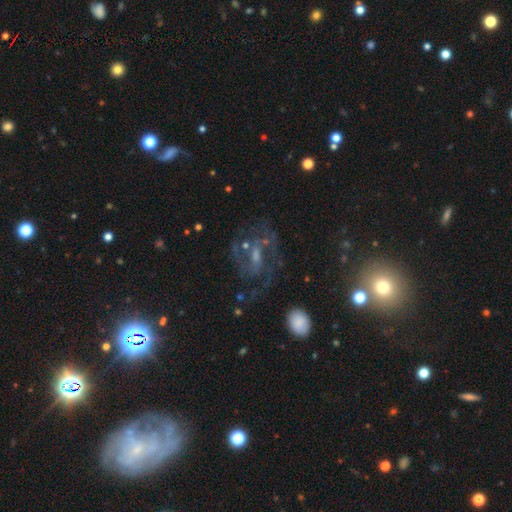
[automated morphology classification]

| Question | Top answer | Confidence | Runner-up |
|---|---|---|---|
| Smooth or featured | featured or disk | 76% | star or artifact (13%) |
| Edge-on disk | no | 97% | yes (3%) |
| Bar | weak | 48% | no (33%) |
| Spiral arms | yes | 87% | no (13%) |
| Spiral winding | medium | 53% | tight (26%) |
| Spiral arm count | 2 | 58% | can't tell (19%) |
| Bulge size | small | 45% | moderate (36%) |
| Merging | none | 60% | major disturbance (19%) |